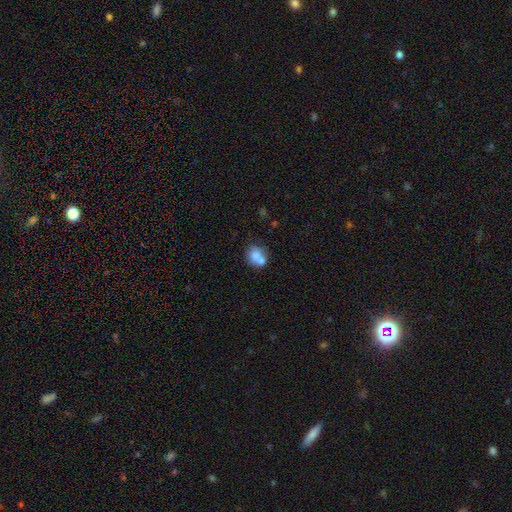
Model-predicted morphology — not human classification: A smooth galaxy with no disk features (71%) that is round (60%).

Vote fractions:
- Smooth or featured? smooth: 71% / featured or disk: 20% / star or artifact: 10%
- How rounded? round: 60% / in between: 39% / cigar-shaped: 1%
- Merging? merger: 42% / none: 40% / minor disturbance: 13% / major disturbance: 5%